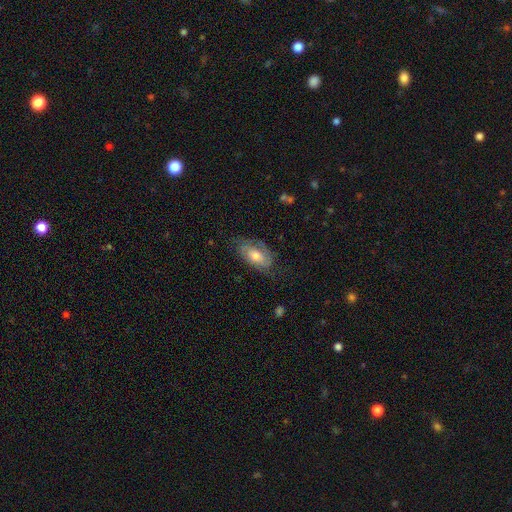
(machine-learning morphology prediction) Smooth or featured: featured or disk — 56% (smooth — 37%)
Edge-on disk: no — 91% (yes — 9%)
Bar: no — 72% (weak — 23%)
Spiral arms: yes — 80% (no — 20%)
Bulge size: moderate — 61% (small — 22%)
Merging: none — 61% (minor disturbance — 24%)